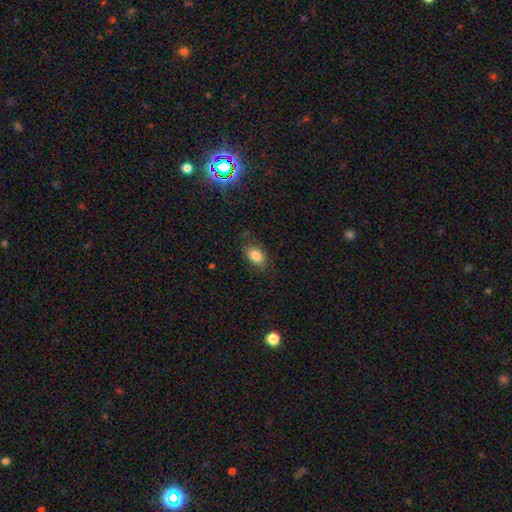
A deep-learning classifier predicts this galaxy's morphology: This appears to be a smooth galaxy with no disk features (83%) that is in between round and cigar-shaped (86%). Merging: none (80%).